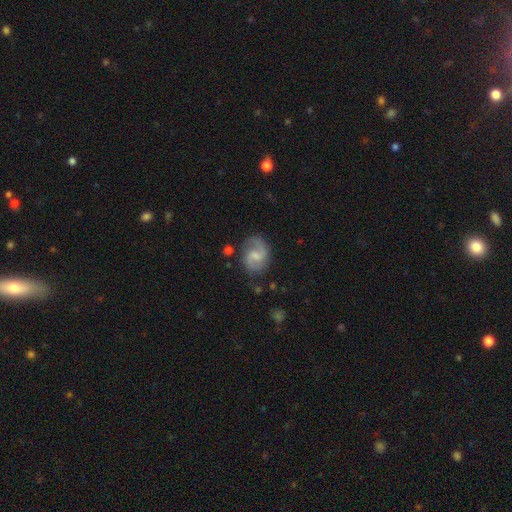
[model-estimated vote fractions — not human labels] smooth-or-featured: featured or disk: 81% | smooth: 13% | star or artifact: 6%
  disk-edge-on: no: 98% | yes: 2%
    bar: weak: 59% | no: 28% | strong: 13%
    has-spiral-arms: yes: 96% | no: 4%
      spiral-winding: medium: 56% | loose: 27% | tight: 17%
      spiral-arm-count: 2: 91% | can't tell: 4% | 1: 2% | 3: 1% | 4: 1% | more than 4: 1%
    bulge-size: none: 33% | small: 32% | moderate: 29% | large: 5% | dominant: 1%
  merging: none: 77% | minor disturbance: 15% | major disturbance: 6% | merger: 2%